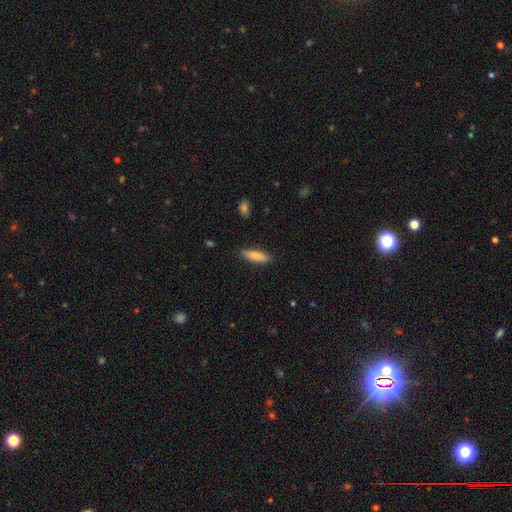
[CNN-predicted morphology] A smooth galaxy with no disk features (82%) that is cigar-shaped (60%).

Vote fractions:
- Smooth or featured? smooth: 82% / featured or disk: 12% / star or artifact: 6%
- How rounded? cigar-shaped: 60% / in between: 39% / round: 2%
- Merging? none: 88% / minor disturbance: 9% / major disturbance: 2% / merger: 1%